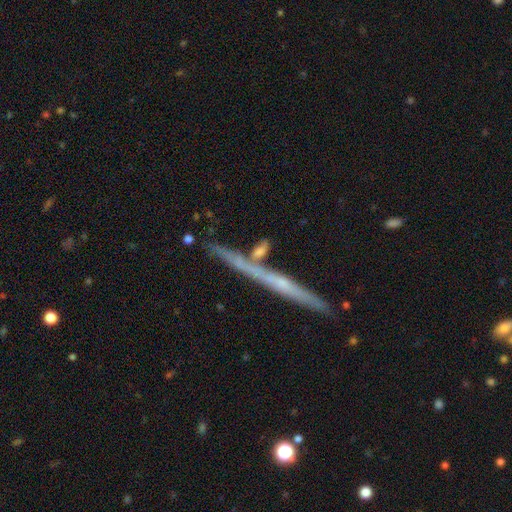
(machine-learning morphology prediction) type=featured or disk (59%); edge-on=yes (94%); edge-on bulge=none (66%); merging=none (71%).